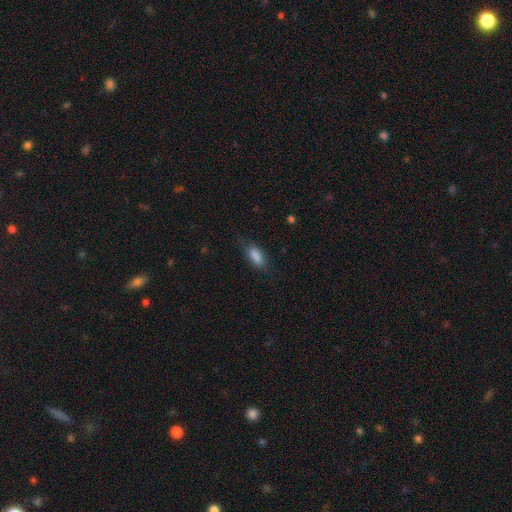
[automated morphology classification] Smooth or featured: smooth — 84% (featured or disk — 8%)
How rounded: in between — 81% (cigar-shaped — 16%)
Merging: none — 71% (minor disturbance — 20%)